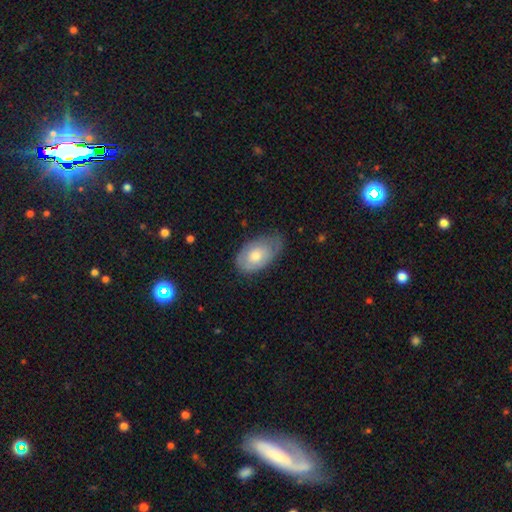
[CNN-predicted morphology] A smooth galaxy with no disk features (58%) that is in between round and cigar-shaped (92%). Merging: none (52%).